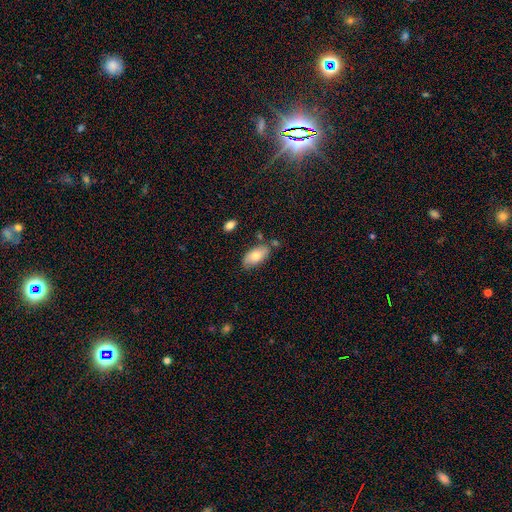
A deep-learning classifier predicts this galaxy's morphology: This is likely a smooth galaxy (75%). How rounded: clearly in between (93%). Merging: likely none (72%).